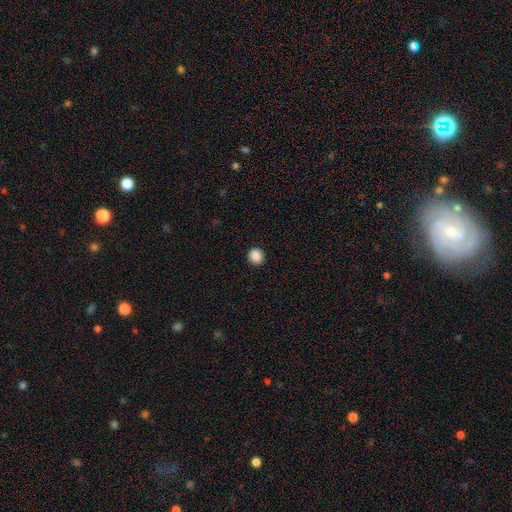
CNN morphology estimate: A smooth galaxy with no disk features (87%) that is round (84%). Merging: none (92%).